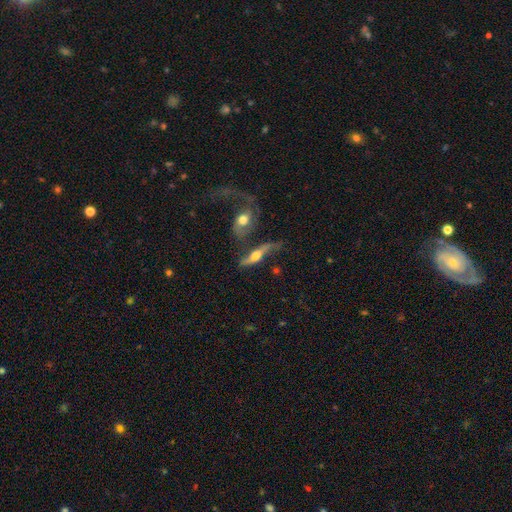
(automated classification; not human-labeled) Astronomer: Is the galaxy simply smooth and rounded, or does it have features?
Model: featured or disk — 68%.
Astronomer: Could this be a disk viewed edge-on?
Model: yes — 68%.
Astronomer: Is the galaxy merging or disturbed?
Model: none — 39% (runner-up: merger, 29%).